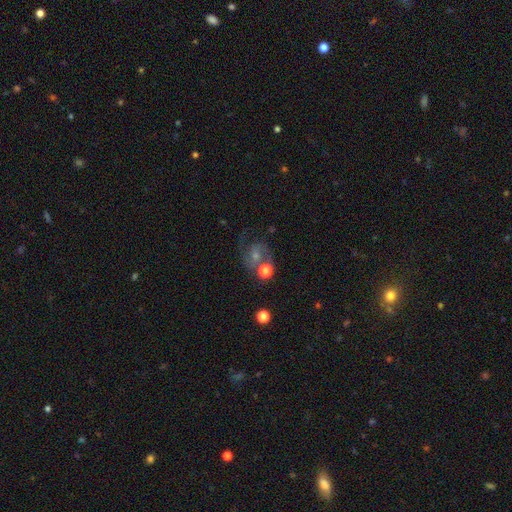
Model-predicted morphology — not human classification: Smooth or featured? featured or disk (68%)
Edge-on disk? no (97%)
Bar? no (60%)
Spiral arms? yes (88%)
Spiral winding? medium (53%)
Spiral arm count? 2 (77%)
Bulge size? moderate (49%)
Merging? none (58%)